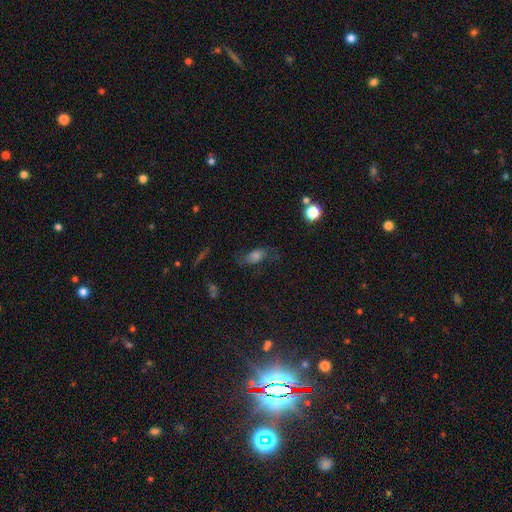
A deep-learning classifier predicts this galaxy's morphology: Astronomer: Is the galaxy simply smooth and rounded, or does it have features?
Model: featured or disk — 41%, tied with smooth at 41%.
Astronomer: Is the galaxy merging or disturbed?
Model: none — 58%.